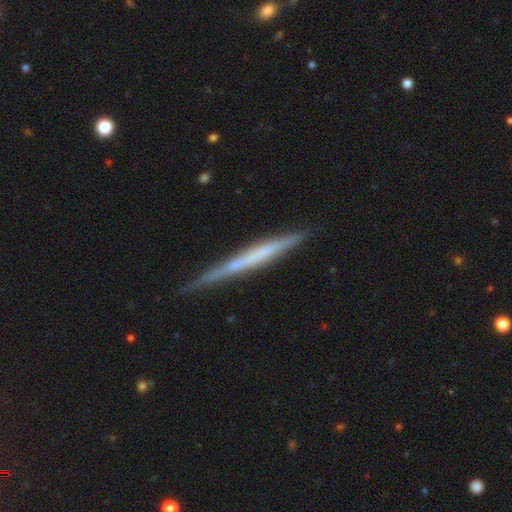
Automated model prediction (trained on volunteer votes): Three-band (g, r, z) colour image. It shows a featured or disk galaxy (62%) viewed edge-on (97%) with no central bulge (78%). Merging: none (83%).